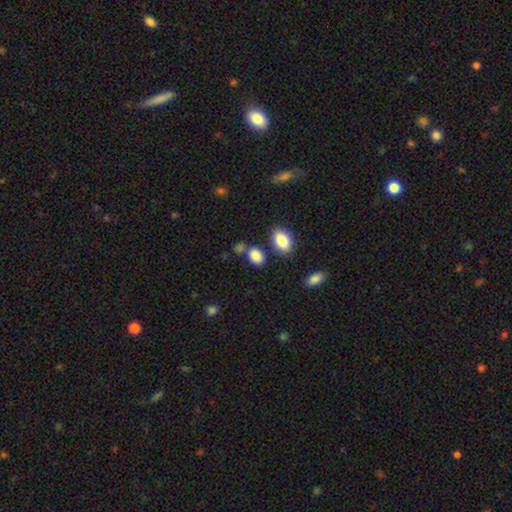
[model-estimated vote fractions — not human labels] The model was most divided on "merging": none: 70%, minor disturbance: 13%, merger: 13%, major disturbance: 4%. More confident: smooth or featured — smooth (87%); how rounded — in between (79%).